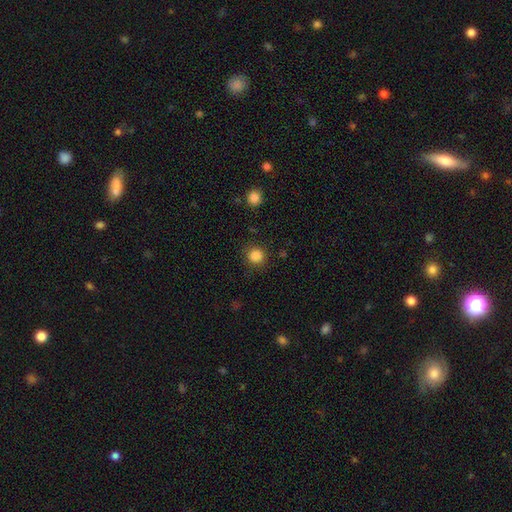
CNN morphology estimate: The model was most divided on "smooth or featured": smooth: 85%, star or artifact: 11%, featured or disk: 3%. More confident: how rounded — round (92%); merging — none (87%).